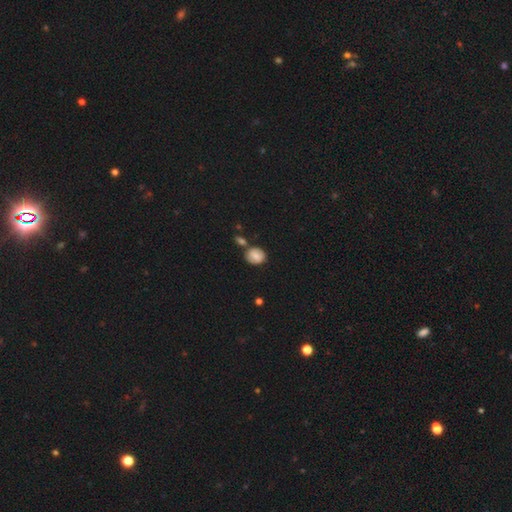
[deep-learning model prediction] A smooth galaxy with no disk features (77%) that is round (65%).

Vote fractions:
- Smooth or featured? smooth: 77% / featured or disk: 14% / star or artifact: 9%
- How rounded? round: 65% / in between: 34% / cigar-shaped: 1%
- Merging? none: 68% / merger: 15% / minor disturbance: 14% / major disturbance: 3%